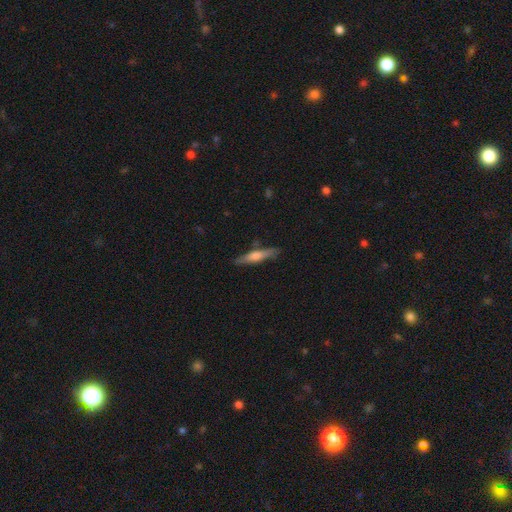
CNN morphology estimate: A featured or disk galaxy (47%, tied with smooth). Merging: none (85%).